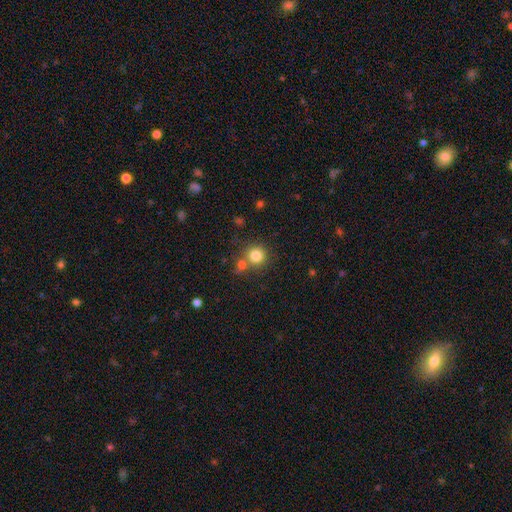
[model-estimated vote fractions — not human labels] The model was most divided on "merging": none: 66%, merger: 23%, minor disturbance: 8%, major disturbance: 3%. More confident: how rounded — round (92%); smooth or featured — smooth (81%).